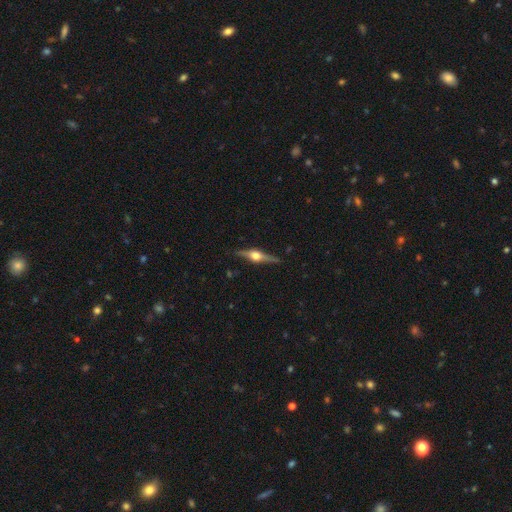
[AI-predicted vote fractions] featured or disk 82%, smooth 12%, star or artifact 5%. Down the decision tree: edge-on disk — yes (98%); edge-on bulge — rounded (95%); merging — none (88%).